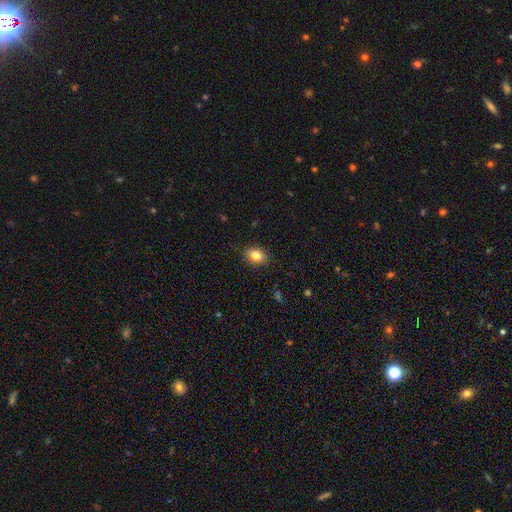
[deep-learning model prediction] Smooth or featured? smooth (83%)
How rounded? in between (69%)
Merging? none (87%)